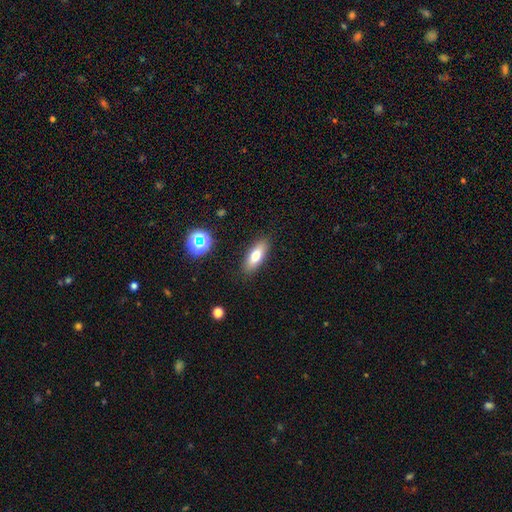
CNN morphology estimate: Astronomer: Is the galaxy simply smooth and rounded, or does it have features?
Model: smooth — 72%.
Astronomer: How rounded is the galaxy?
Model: in between — 69%.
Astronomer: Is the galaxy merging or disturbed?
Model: none — 87%.